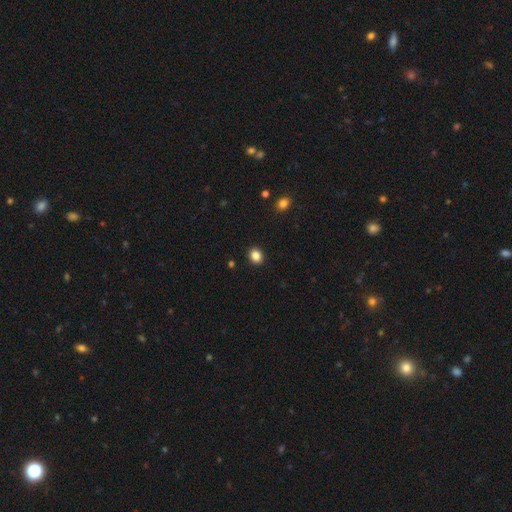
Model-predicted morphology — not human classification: Smooth or featured? smooth (85%)
How rounded? round (73%)
Merging? none (92%)